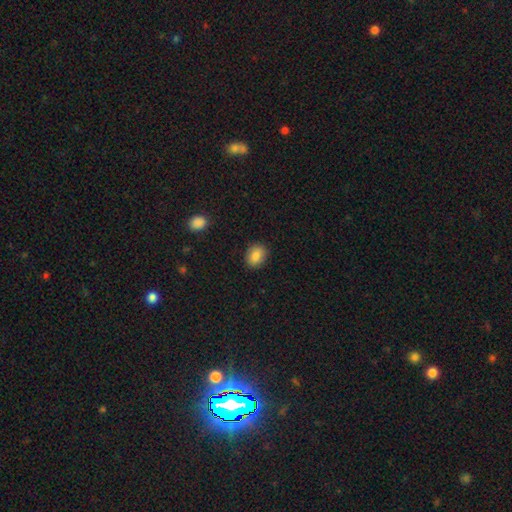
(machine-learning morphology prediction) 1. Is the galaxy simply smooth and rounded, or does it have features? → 87% smooth, 8% star or artifact, 5% featured or disk.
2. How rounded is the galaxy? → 62% in between, 37% round, 1% cigar-shaped.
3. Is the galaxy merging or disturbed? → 87% none, 9% minor disturbance, 2% major disturbance, 1% merger.